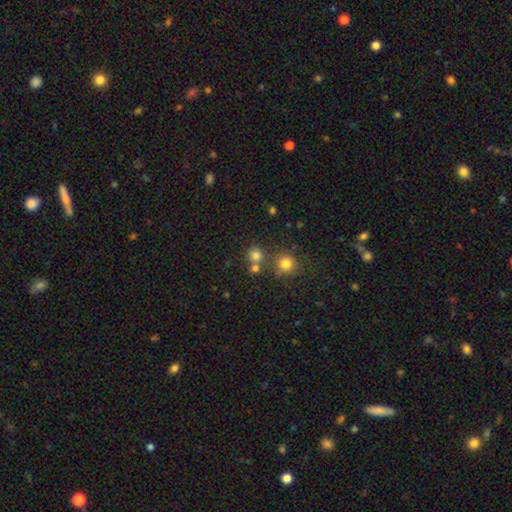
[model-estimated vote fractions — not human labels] smooth-or-featured: smooth: 77% | star or artifact: 16% | featured or disk: 7%
  how-rounded: round: 88% | in between: 11% | cigar-shaped: 1%
  merging: none: 64% | merger: 24% | minor disturbance: 8% | major disturbance: 4%